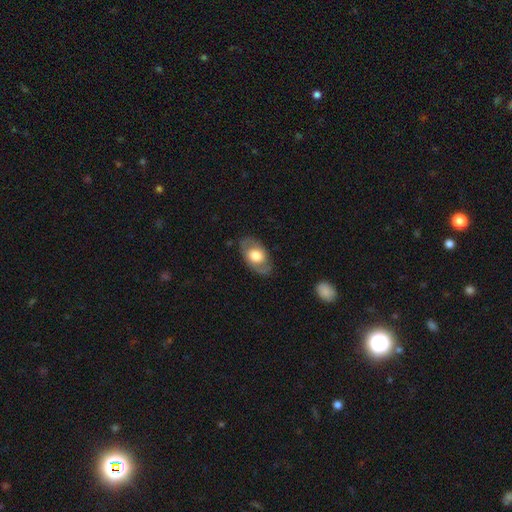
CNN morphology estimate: Overall: smooth (50%; featured or disk 44%). How rounded: in between (87%). Merging: none (78%).